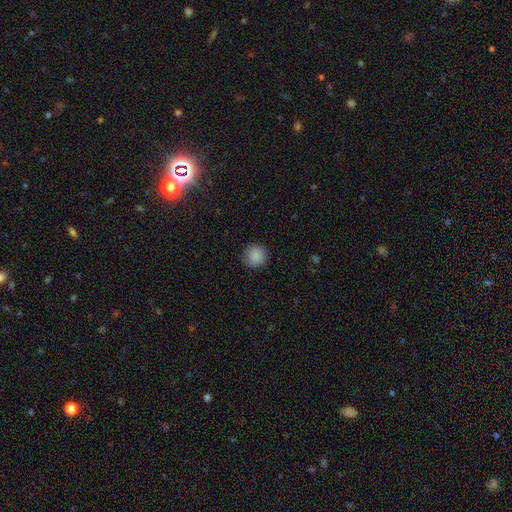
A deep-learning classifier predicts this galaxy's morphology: This appears to be a smooth galaxy with no disk features (87%) that is round (93%). Merging: none (86%).